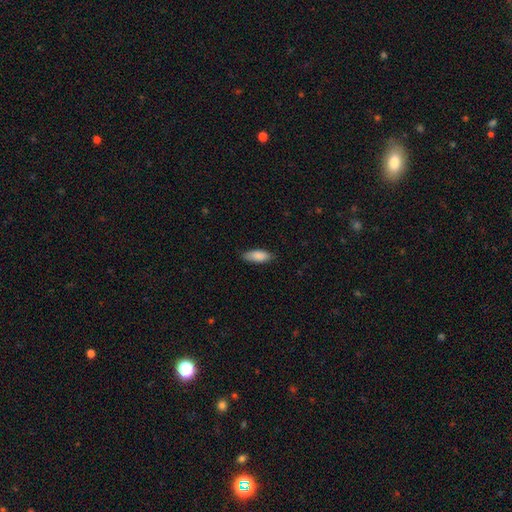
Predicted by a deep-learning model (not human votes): Overall: smooth (88%). How rounded: in between (76%). Merging: none (83%).